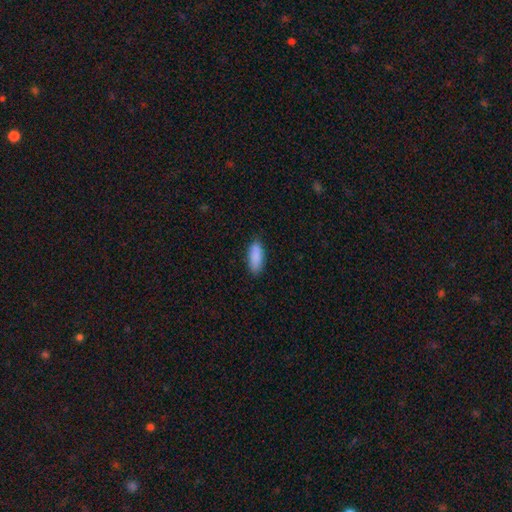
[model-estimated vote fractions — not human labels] A smooth galaxy with no disk features (89%) that is in between round and cigar-shaped (78%). Merging: none (85%).